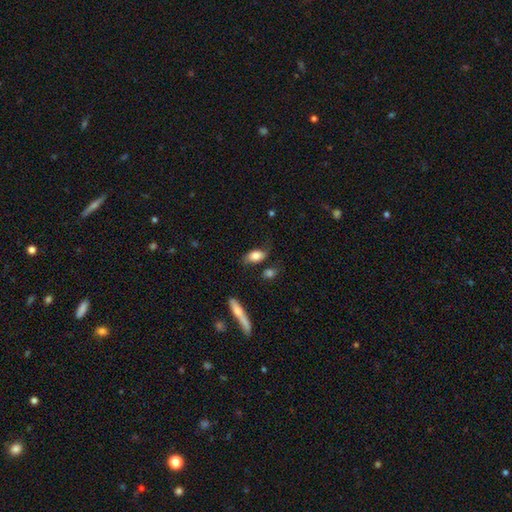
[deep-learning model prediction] smooth-or-featured: smooth: 79% | featured or disk: 14% | star or artifact: 7%
  how-rounded: in between: 89% | round: 6% | cigar-shaped: 5%
  merging: none: 67% | minor disturbance: 21% | major disturbance: 7% | merger: 5%